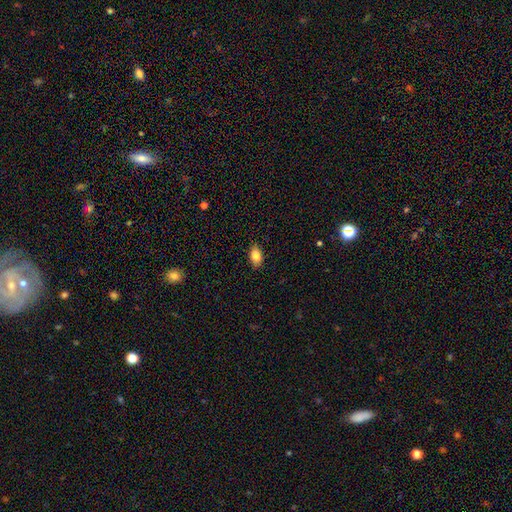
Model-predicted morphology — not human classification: Overall: smooth (85%). How rounded: in between (90%). Merging: none (85%).